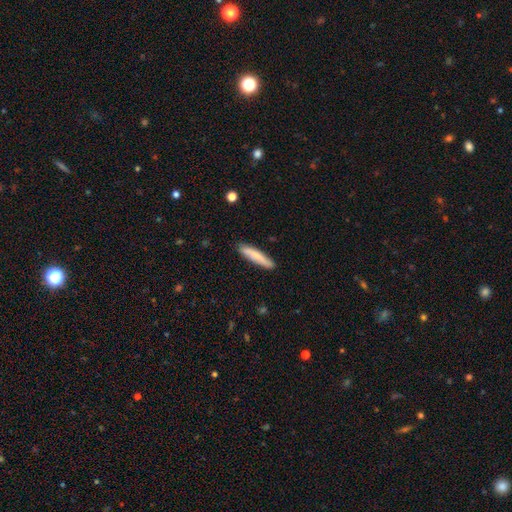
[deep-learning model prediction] This is likely a smooth galaxy (77%). How rounded: clearly cigar-shaped (89%). Merging: clearly none (87%).